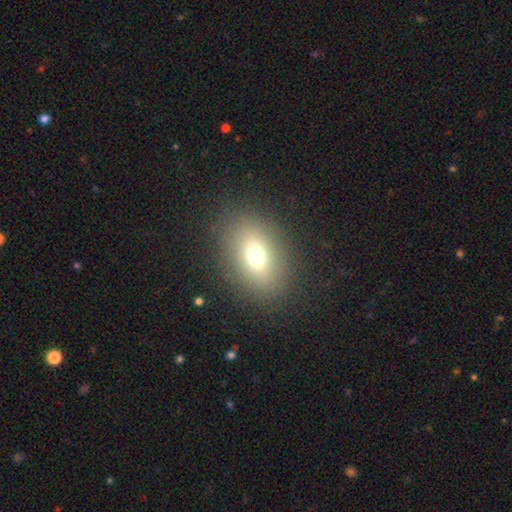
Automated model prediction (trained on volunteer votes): Morphology: type=smooth (70%); roundness=in between (76%); merging=none (86%).